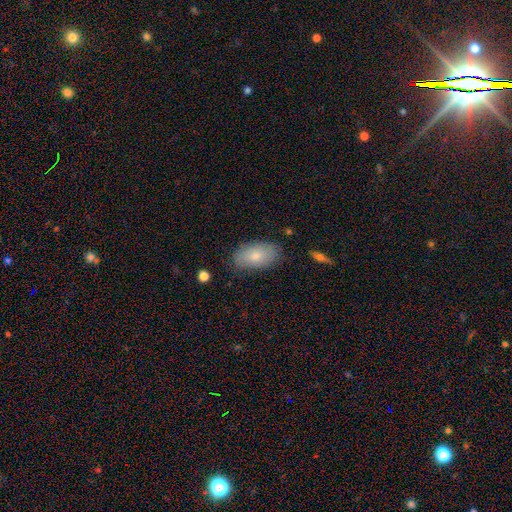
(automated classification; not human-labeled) A smooth galaxy with no disk features (78%) that is in between round and cigar-shaped (94%).

Vote fractions:
- Smooth or featured? smooth: 78% / featured or disk: 15% / star or artifact: 7%
- How rounded? in between: 94% / round: 4% / cigar-shaped: 3%
- Merging? none: 79% / minor disturbance: 16% / major disturbance: 3% / merger: 1%